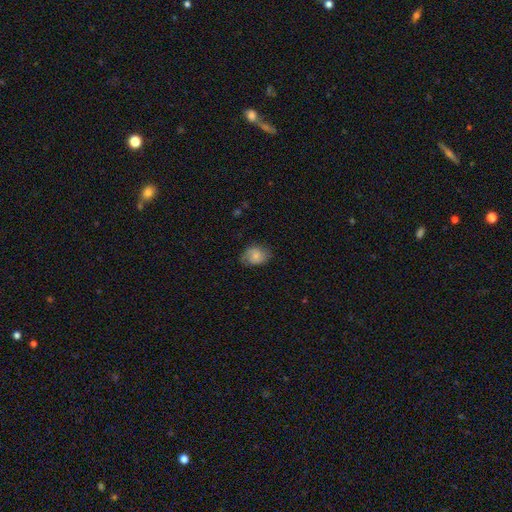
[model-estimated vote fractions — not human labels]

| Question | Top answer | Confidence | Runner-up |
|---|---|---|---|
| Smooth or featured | smooth | 64% | featured or disk (28%) |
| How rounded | in between | 64% | round (35%) |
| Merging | none | 70% | minor disturbance (23%) |